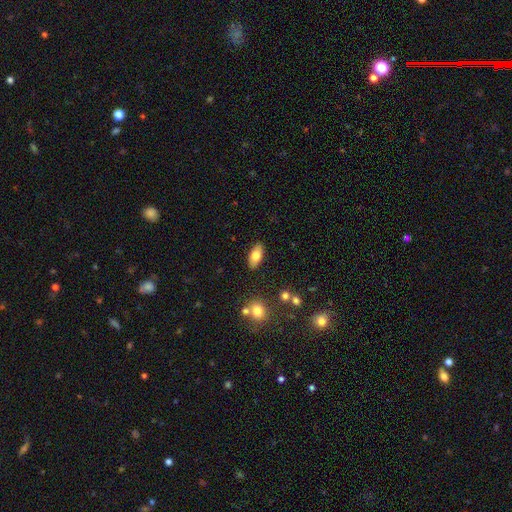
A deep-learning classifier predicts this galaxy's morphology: Smooth or featured? Predicted: smooth (p=0.77). How rounded? Predicted: in between (p=0.88). Merging? Predicted: none (p=0.87).